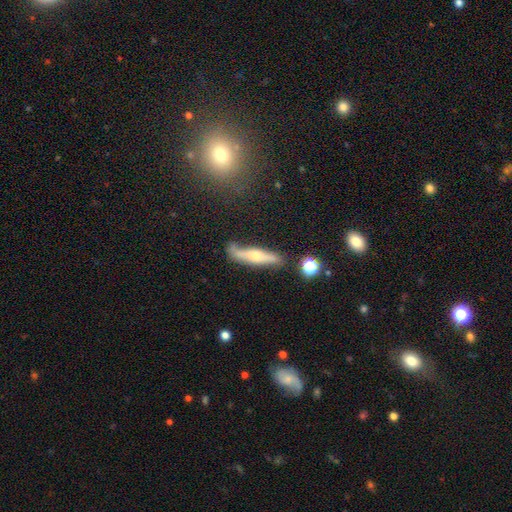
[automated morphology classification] Smooth or featured?
  - featured or disk: 59% *
  - smooth: 34%
  - star or artifact: 7%
Edge-on disk?
  - yes: 77% *
  - no: 23%
Merging?
  - none: 64% *
  - minor disturbance: 23%
  - major disturbance: 8%
  - merger: 6%